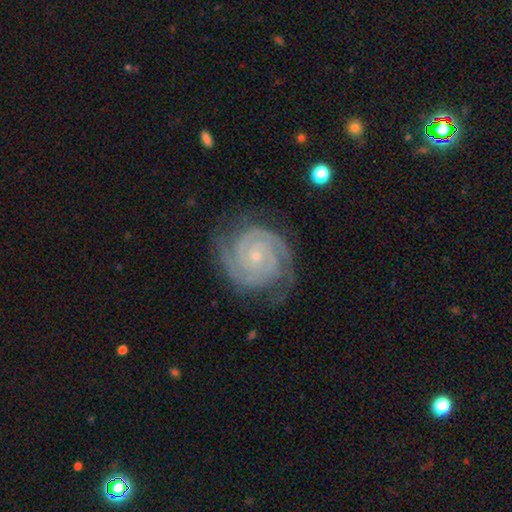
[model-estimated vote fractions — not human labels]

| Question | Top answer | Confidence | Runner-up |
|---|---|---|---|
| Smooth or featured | featured or disk | 93% | star or artifact (4%) |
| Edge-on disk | no | 98% | yes (2%) |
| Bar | no | 73% | weak (20%) |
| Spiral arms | yes | 99% | no (1%) |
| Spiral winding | tight | 84% | medium (14%) |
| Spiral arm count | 2 | 58% | 3 (22%) |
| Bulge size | small | 79% | moderate (17%) |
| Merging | none | 78% | minor disturbance (16%) |